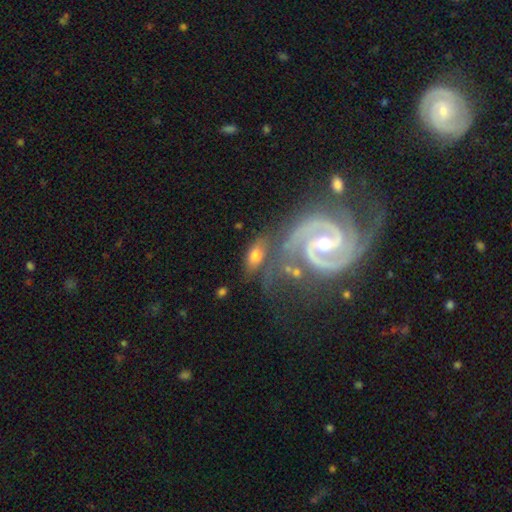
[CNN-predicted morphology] The model was most divided on "smooth or featured": featured or disk: 49%, smooth: 43%, star or artifact: 8%. Remaining: merging — none (46%).